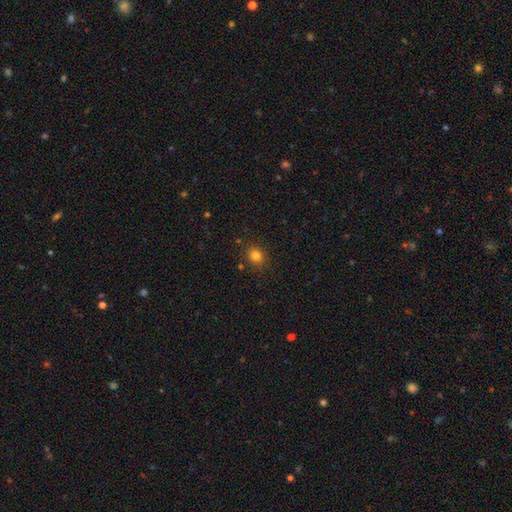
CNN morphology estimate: Q: Smooth or featured?
A: smooth (80%); runner-up: star or artifact (14%)
Q: How rounded?
A: round (74%); runner-up: in between (25%)
Q: Merging?
A: none (86%); runner-up: minor disturbance (9%)